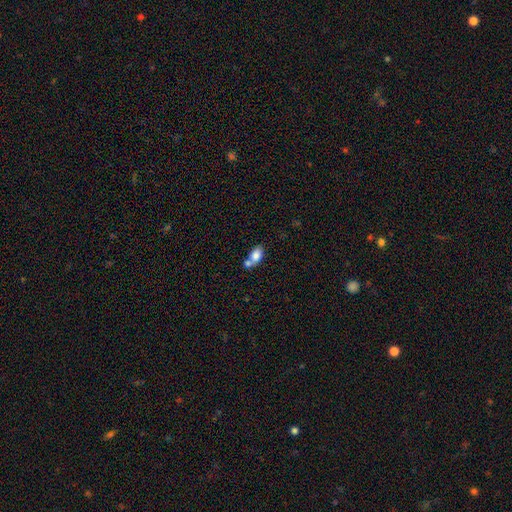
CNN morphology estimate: Q: Smooth or featured?
A: smooth (78%); runner-up: featured or disk (14%)
Q: How rounded?
A: in between (87%); runner-up: round (10%)
Q: Merging?
A: merger (49%); runner-up: none (36%)